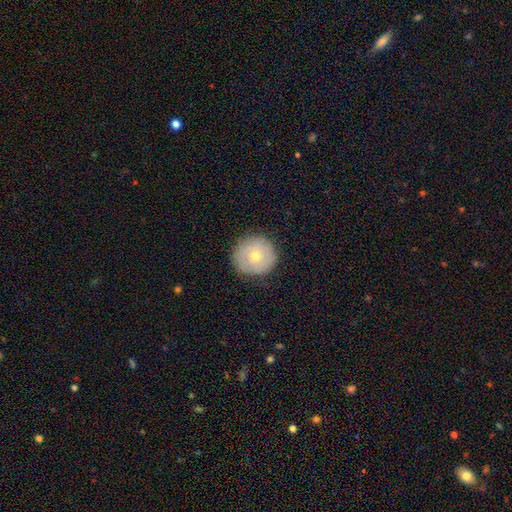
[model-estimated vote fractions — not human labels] The model was most divided on "smooth or featured": smooth: 62%, featured or disk: 31%, star or artifact: 8%. More confident: how rounded — round (94%); merging — none (86%).